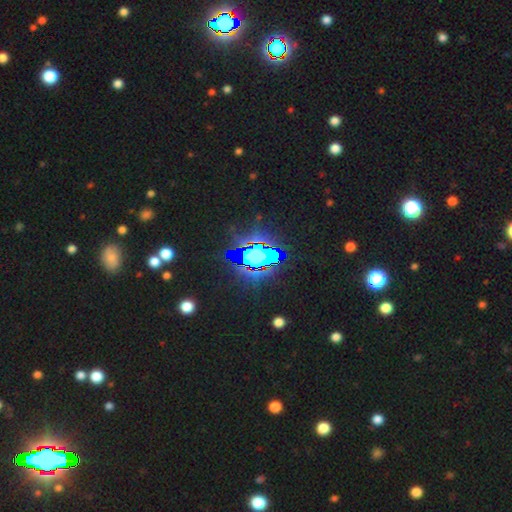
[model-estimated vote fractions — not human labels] This appears to be a star or artifact, not a galaxy (63%).